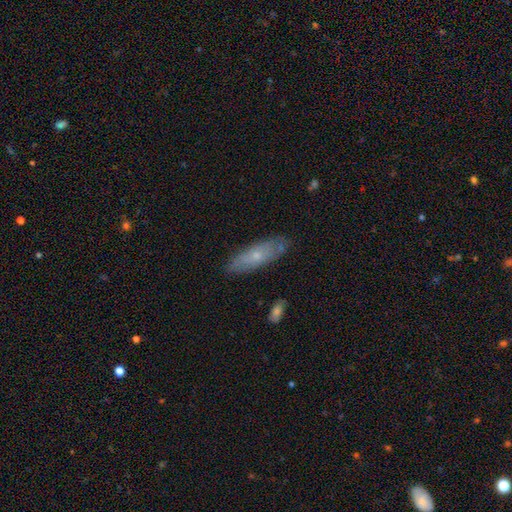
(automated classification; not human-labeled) The model was most divided on "how rounded": cigar-shaped: 53%, in between: 45%, round: 2%. More confident: merging — none (78%); smooth or featured — smooth (54%).